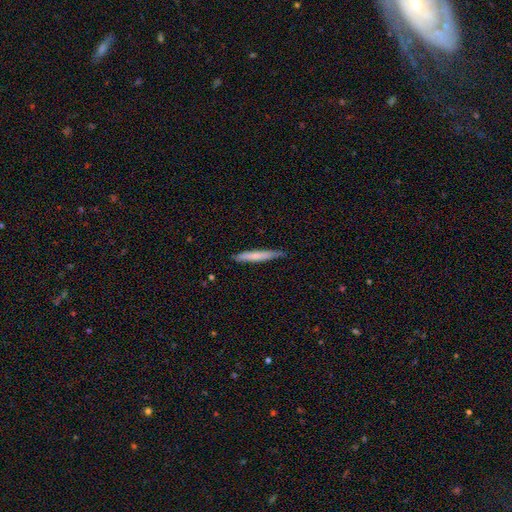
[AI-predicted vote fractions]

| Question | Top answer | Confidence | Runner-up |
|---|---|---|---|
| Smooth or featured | smooth | 67% | featured or disk (27%) |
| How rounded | cigar-shaped | 96% | in between (3%) |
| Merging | none | 85% | minor disturbance (12%) |